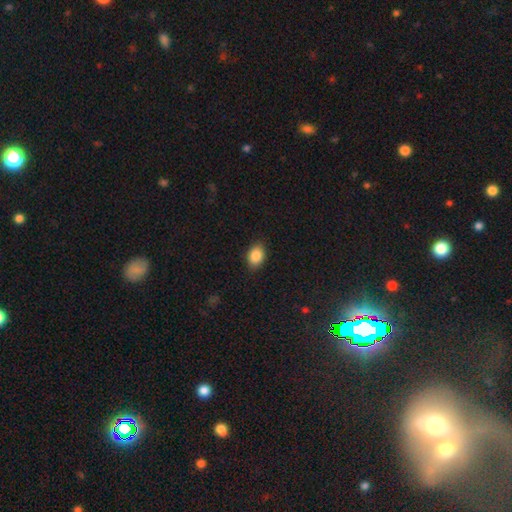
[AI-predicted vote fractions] Smooth or featured: smooth — 87% (star or artifact — 8%)
How rounded: in between — 77% (round — 22%)
Merging: none — 87% (minor disturbance — 10%)